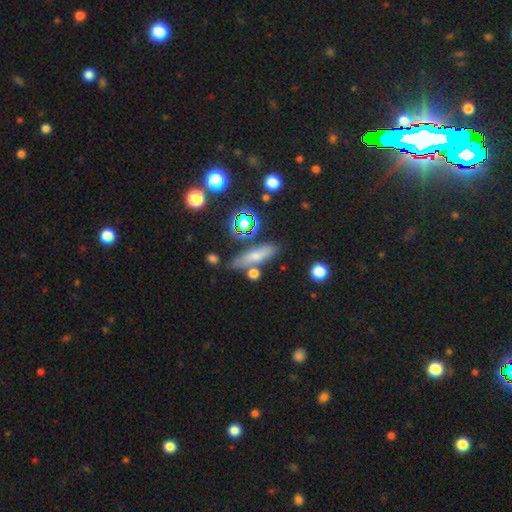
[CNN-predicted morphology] Overall: smooth (63%). How rounded: cigar-shaped (58%; in between 36%). Merging: none (72%).